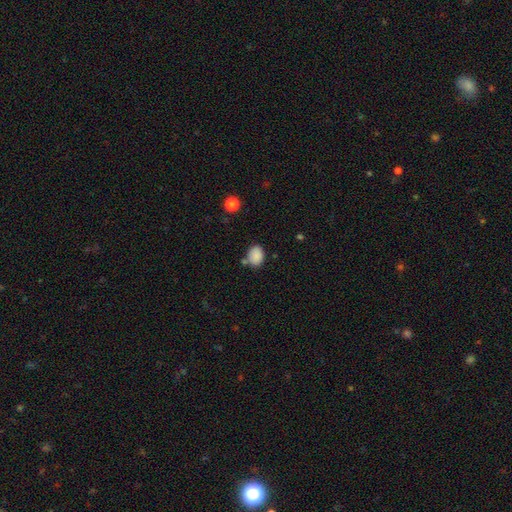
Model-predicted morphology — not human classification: Overall: smooth (87%). How rounded: in between (65%; round 34%). Merging: none (69%).